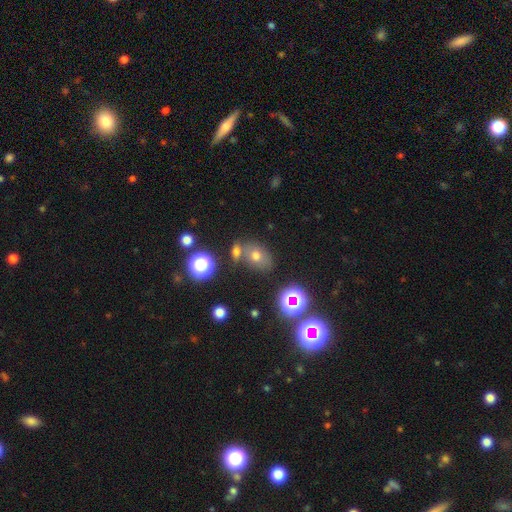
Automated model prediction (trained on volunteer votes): Morphology: type=smooth (60%); roundness=in between (60%); merging=none (60%).